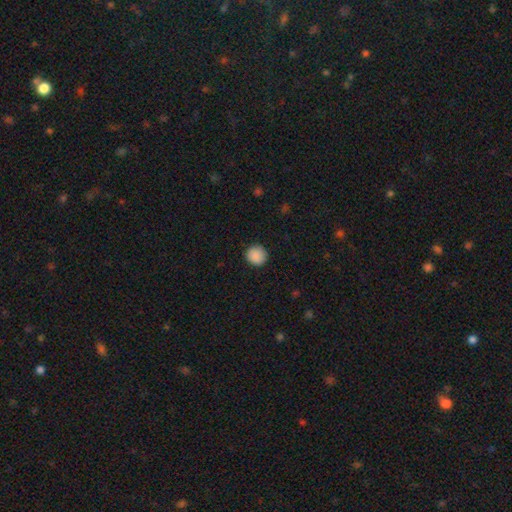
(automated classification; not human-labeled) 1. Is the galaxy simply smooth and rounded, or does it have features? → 89% smooth, 8% star or artifact, 3% featured or disk.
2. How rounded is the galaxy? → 93% round, 7% in between, 1% cigar-shaped.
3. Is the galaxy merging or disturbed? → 91% none, 6% minor disturbance, 2% major disturbance, 1% merger.